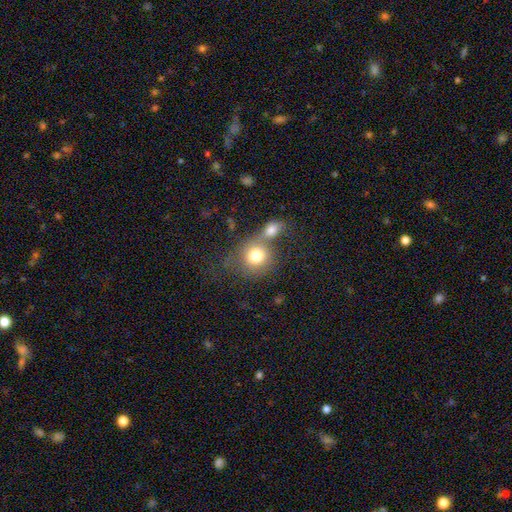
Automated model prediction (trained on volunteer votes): smooth 76%, featured or disk 14%, star or artifact 10%. Down the decision tree: how rounded — round (83%); merging — merger (47%).